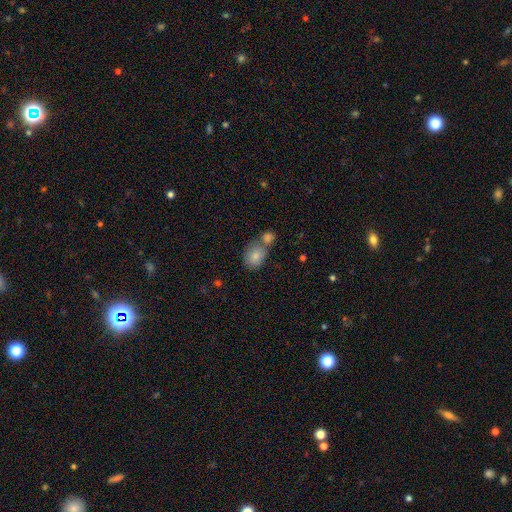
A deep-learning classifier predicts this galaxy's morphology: This appears to be a smooth galaxy with no disk features (82%) that is in between round and cigar-shaped (58%). Merging: merger (46%).